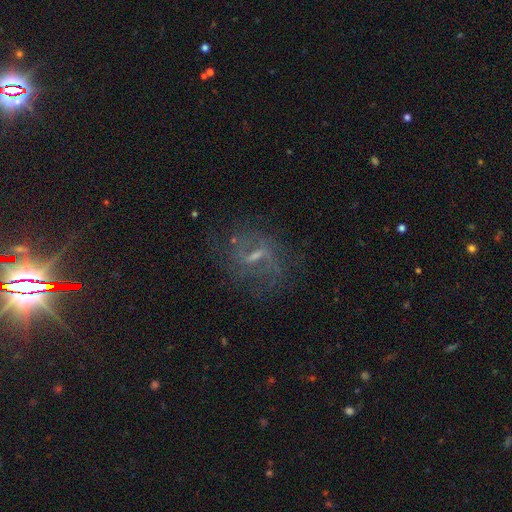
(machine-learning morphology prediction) Smooth or featured?
  - featured or disk: 67% *
  - smooth: 18%
  - star or artifact: 14%
Edge-on disk?
  - no: 92% *
  - yes: 8%
Bar?
  - weak: 51% *
  - strong: 29%
  - no: 19%
Spiral arms?
  - yes: 68% *
  - no: 32%
Bulge size?
  - small: 47% *
  - moderate: 28%
  - none: 22%
  - large: 2%
  - dominant: 1%
Merging?
  - none: 63% *
  - minor disturbance: 18%
  - major disturbance: 17%
  - merger: 2%